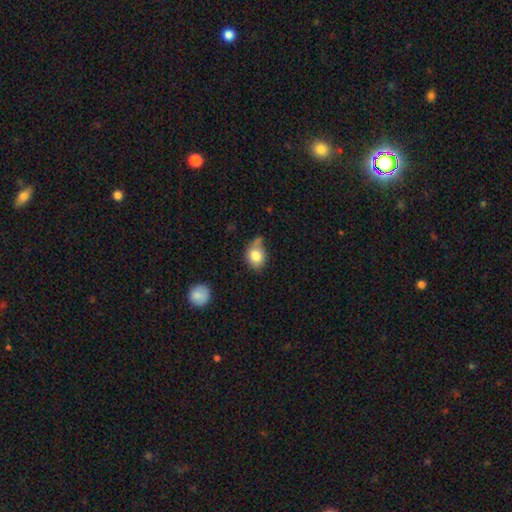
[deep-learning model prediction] Smooth or featured? smooth (82%)
How rounded? round (52%)
Merging? none (48%)